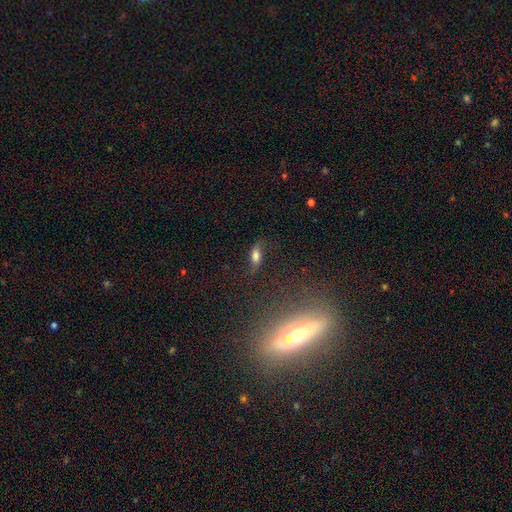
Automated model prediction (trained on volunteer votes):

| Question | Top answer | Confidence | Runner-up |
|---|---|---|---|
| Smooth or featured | smooth | 53% | featured or disk (34%) |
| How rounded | in between | 71% | cigar-shaped (22%) |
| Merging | none | 62% | minor disturbance (22%) |